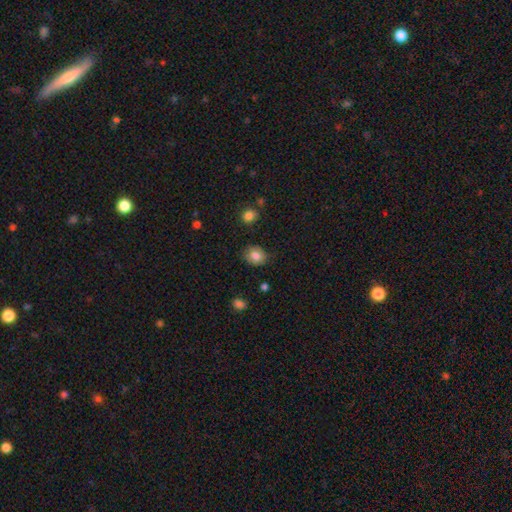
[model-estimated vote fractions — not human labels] Overall: smooth (82%). How rounded: round (59%; in between 40%). Merging: none (82%).